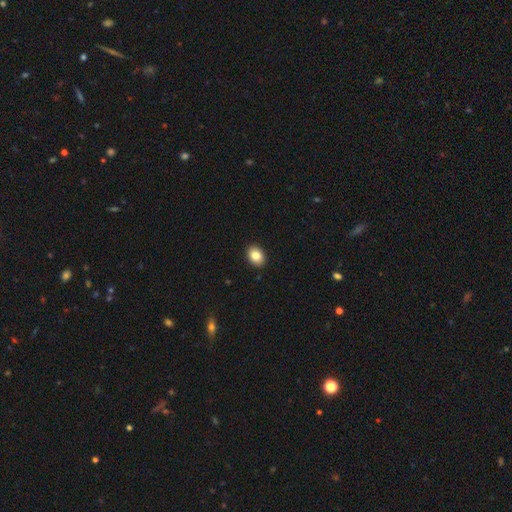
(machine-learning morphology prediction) A smooth galaxy with no disk features (85%) that is in between round and cigar-shaped (68%).

Vote fractions:
- Smooth or featured? smooth: 85% / star or artifact: 8% / featured or disk: 7%
- How rounded? in between: 68% / round: 31% / cigar-shaped: 1%
- Merging? none: 91% / minor disturbance: 6% / major disturbance: 2% / merger: 1%